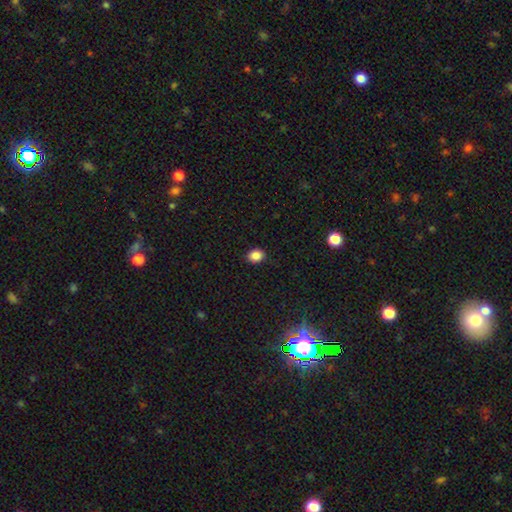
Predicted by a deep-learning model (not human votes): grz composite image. It shows a smooth galaxy with no disk features (87%) that is in between round and cigar-shaped (57%). Merging: none (89%).